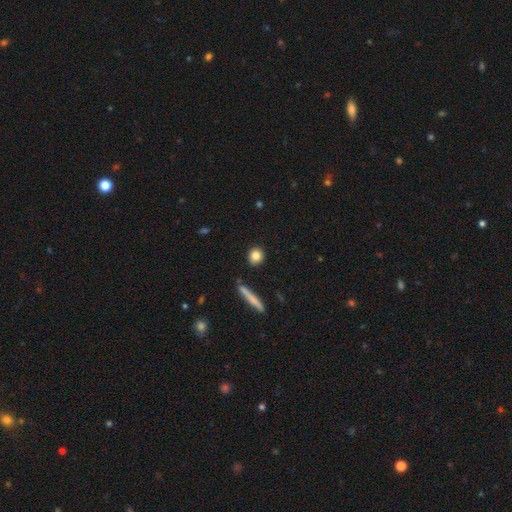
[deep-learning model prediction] Morphology: type=smooth (83%); roundness=round (79%); merging=none (89%).